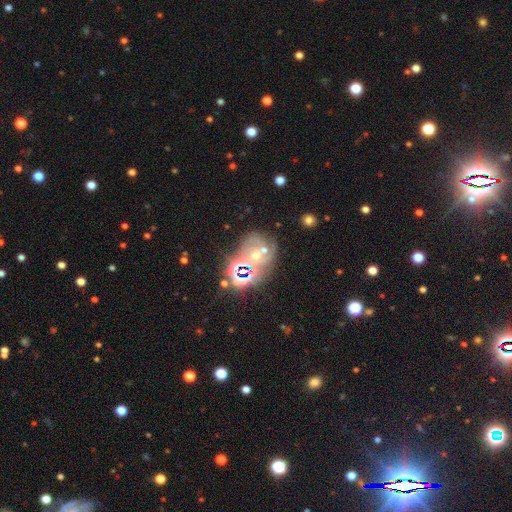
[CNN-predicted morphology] Q: Smooth or featured?
A: star or artifact (41%); tied with: featured or disk (41%)